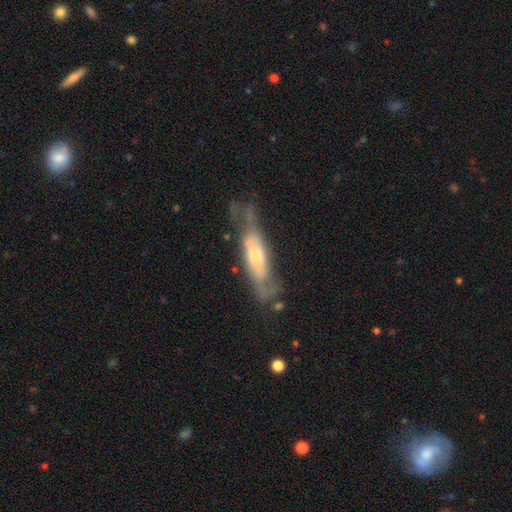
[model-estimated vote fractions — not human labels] Q: Smooth or featured?
A: featured or disk (58%); runner-up: smooth (35%)
Q: Edge-on disk?
A: no (55%); runner-up: yes (45%)
Q: Merging?
A: none (41%); runner-up: minor disturbance (29%)